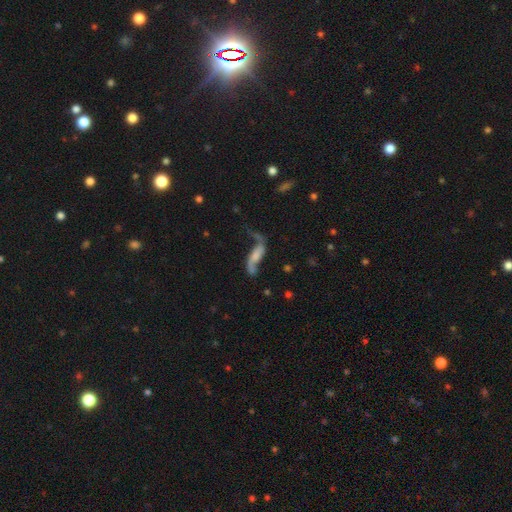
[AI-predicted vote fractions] Smooth or featured: featured or disk — 72% (smooth — 21%)
Edge-on disk: no — 87% (yes — 13%)
Bar: no — 51% (weak — 32%)
Spiral arms: yes — 89% (no — 11%)
Spiral winding: loose — 87% (medium — 9%)
Spiral arm count: 2 — 87% (1 — 8%)
Bulge size: none — 39% (small — 26%)
Merging: none — 47% (major disturbance — 23%)